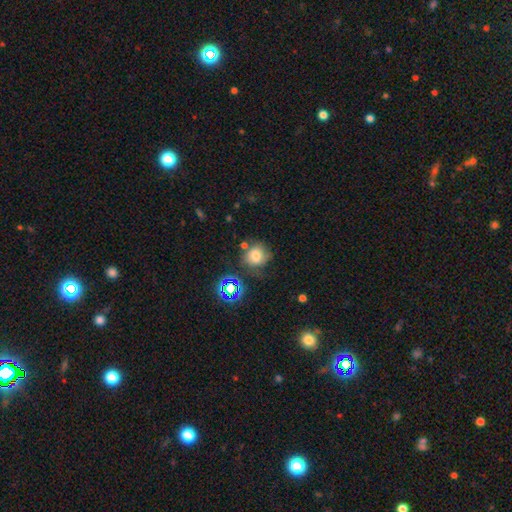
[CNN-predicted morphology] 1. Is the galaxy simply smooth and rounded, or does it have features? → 61% smooth, 20% star or artifact, 18% featured or disk.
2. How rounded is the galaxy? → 79% round, 20% in between, 1% cigar-shaped.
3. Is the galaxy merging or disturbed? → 59% none, 22% minor disturbance, 10% major disturbance, 9% merger.